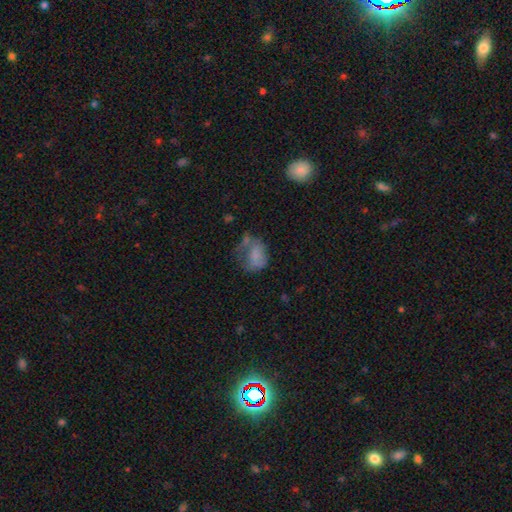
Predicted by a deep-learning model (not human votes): Smooth or featured? Predicted: smooth (p=0.65). How rounded? Predicted: in between (p=0.65). Merging? Predicted: major disturbance (p=0.37).